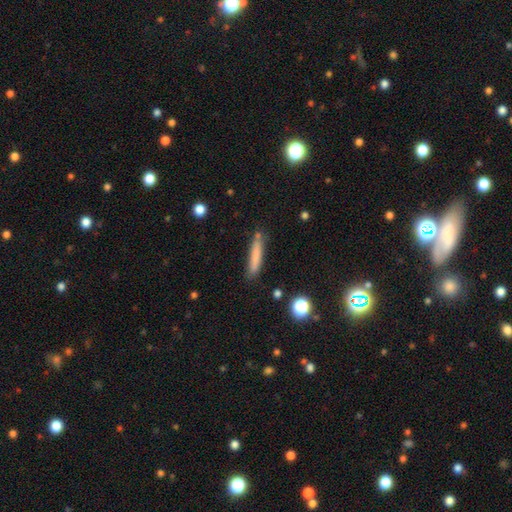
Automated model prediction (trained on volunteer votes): This is likely a smooth galaxy (77%). How rounded: clearly cigar-shaped (91%). Merging: likely none (77%).